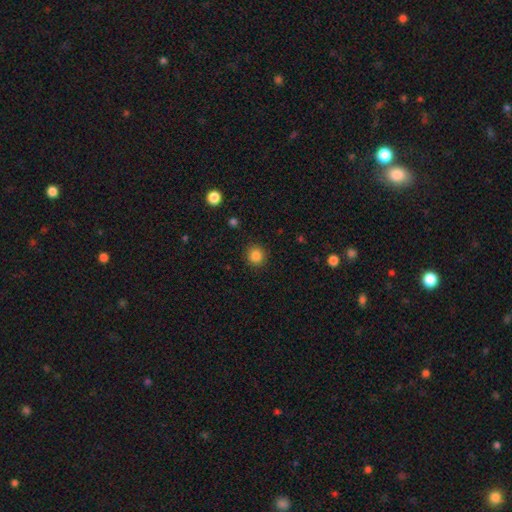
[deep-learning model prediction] Smooth or featured?
  - smooth: 84% *
  - star or artifact: 11%
  - featured or disk: 4%
How rounded?
  - round: 92% *
  - in between: 7%
  - cigar-shaped: 1%
Merging?
  - none: 91% *
  - minor disturbance: 6%
  - major disturbance: 2%
  - merger: 1%